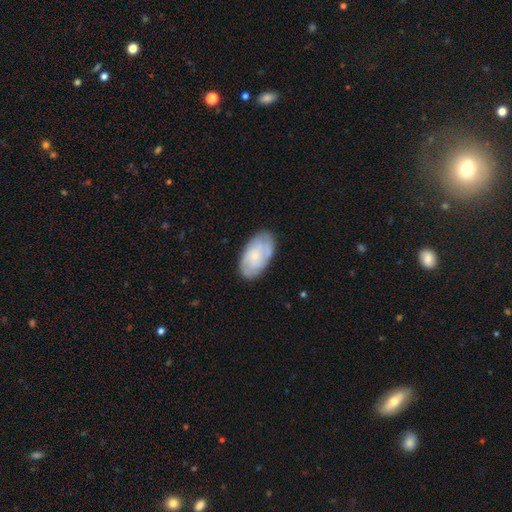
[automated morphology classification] Smooth or featured: smooth — 51% (featured or disk — 43%)
How rounded: in between — 94% (round — 4%)
Merging: none — 77% (minor disturbance — 18%)